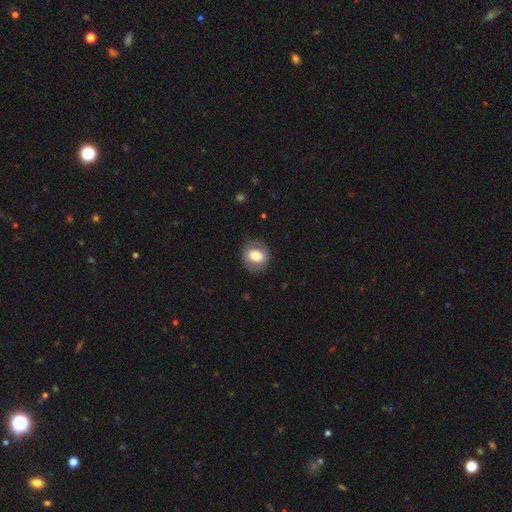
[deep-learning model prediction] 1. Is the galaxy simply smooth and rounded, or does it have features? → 70% smooth, 23% featured or disk, 7% star or artifact.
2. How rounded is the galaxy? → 63% round, 36% in between, 1% cigar-shaped.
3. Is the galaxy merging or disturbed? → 83% none, 11% minor disturbance, 5% major disturbance, 1% merger.